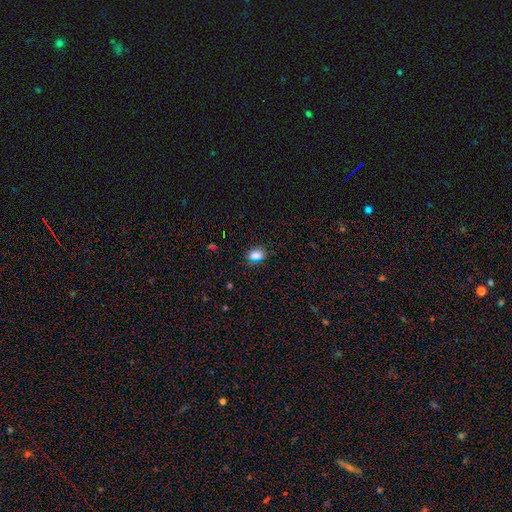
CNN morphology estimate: A smooth galaxy with no disk features (81%) that is in between round and cigar-shaped (72%). Merging: none (84%).